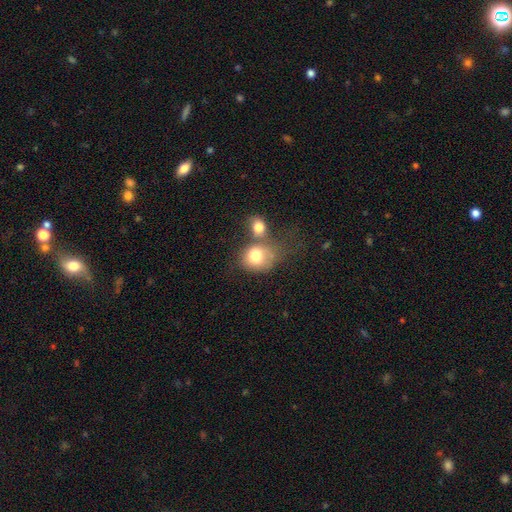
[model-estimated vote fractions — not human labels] Overall: smooth (77%). How rounded: round (64%; in between 35%). Merging: merger (46%; none 30%).